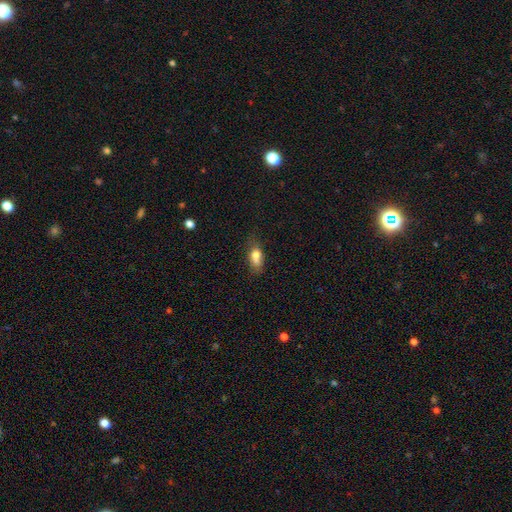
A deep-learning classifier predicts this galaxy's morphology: This appears to be a smooth galaxy with no disk features (75%) that is in between round and cigar-shaped (79%). Merging: none (46%).